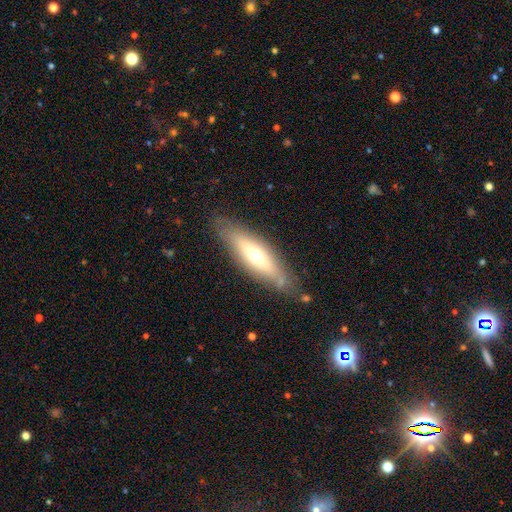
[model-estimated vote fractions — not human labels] Q: Smooth or featured?
A: smooth (50%); runner-up: featured or disk (43%)
Q: How rounded?
A: cigar-shaped (57%); runner-up: in between (41%)
Q: Merging?
A: none (79%); runner-up: minor disturbance (14%)